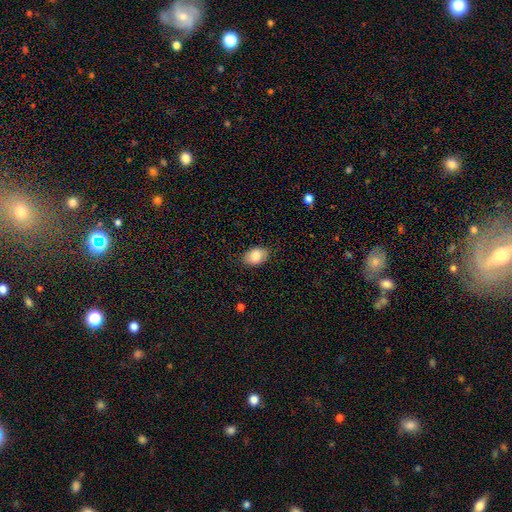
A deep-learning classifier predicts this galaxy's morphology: Smooth or featured? Predicted: smooth (p=0.82). How rounded? Predicted: in between (p=0.80). Merging? Predicted: none (p=0.84).